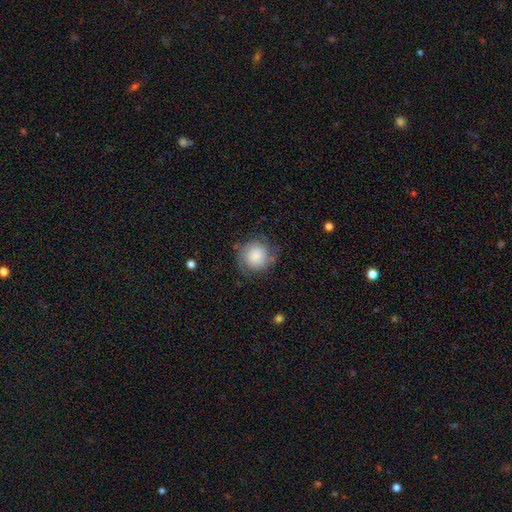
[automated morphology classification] smooth 66%, featured or disk 26%, star or artifact 8%. Down the decision tree: how rounded — round (90%); merging — none (72%).